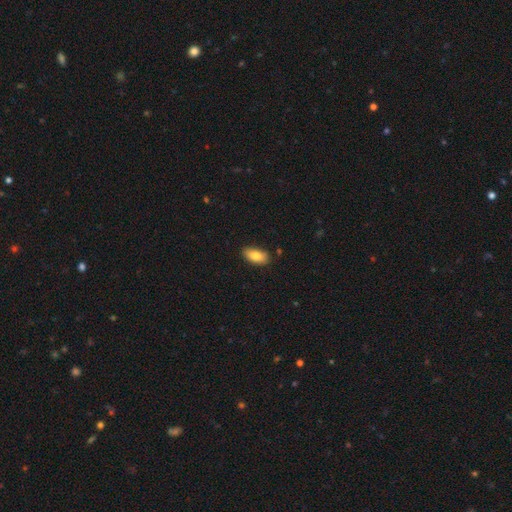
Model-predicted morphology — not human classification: smooth_or_featured: smooth (p=0.82) [alt: featured or disk p=0.11]
how_rounded: in between (p=0.90) [alt: cigar-shaped p=0.06]
merging: none (p=0.81) [alt: minor disturbance p=0.15]